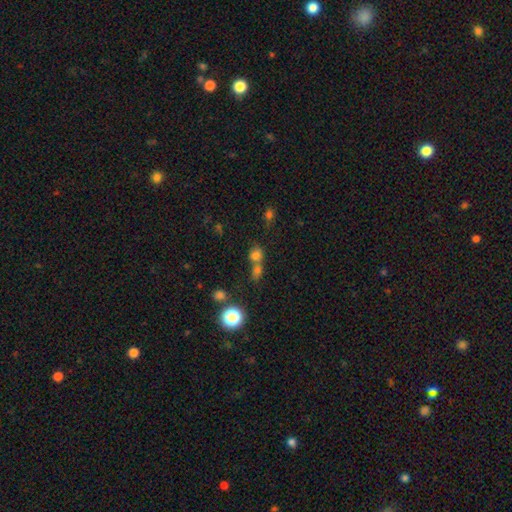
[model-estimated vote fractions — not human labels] smooth_or_featured: smooth (p=0.71) [alt: star or artifact p=0.20]
how_rounded: round (p=0.70) [alt: in between p=0.28]
merging: merger (p=0.49) [alt: none p=0.40]